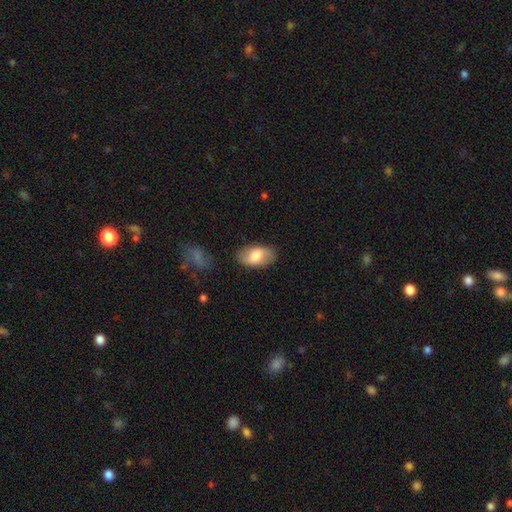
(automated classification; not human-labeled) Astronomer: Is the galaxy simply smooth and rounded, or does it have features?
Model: smooth — 70%.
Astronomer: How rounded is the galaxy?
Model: in between — 93%.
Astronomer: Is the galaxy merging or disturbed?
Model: none — 80%.